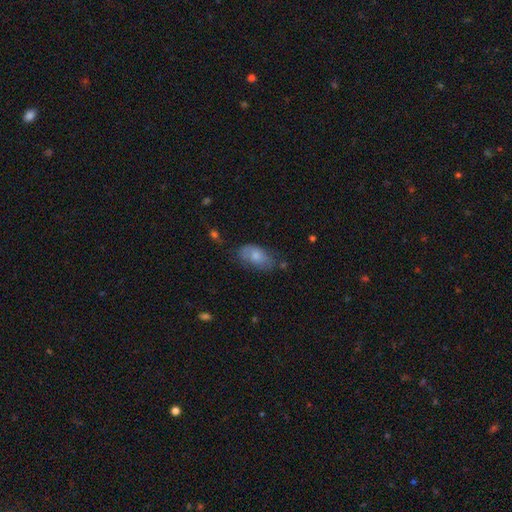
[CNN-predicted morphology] This is likely a smooth galaxy (70%). How rounded: clearly in between (92%). Merging: possibly none (53%).